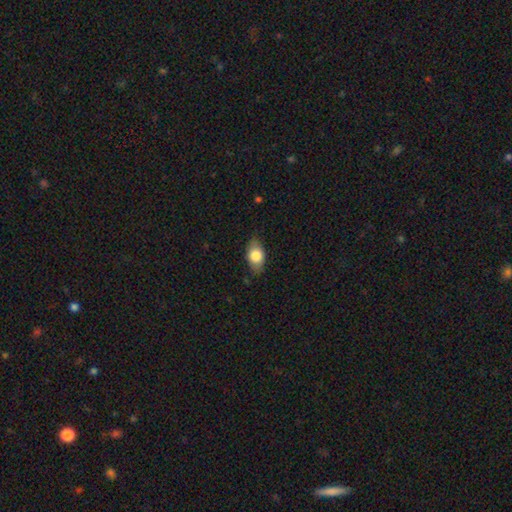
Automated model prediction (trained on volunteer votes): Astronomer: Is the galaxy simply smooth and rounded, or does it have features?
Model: smooth — 77%.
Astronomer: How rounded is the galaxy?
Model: in between — 87%.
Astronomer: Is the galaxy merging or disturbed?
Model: none — 78%.